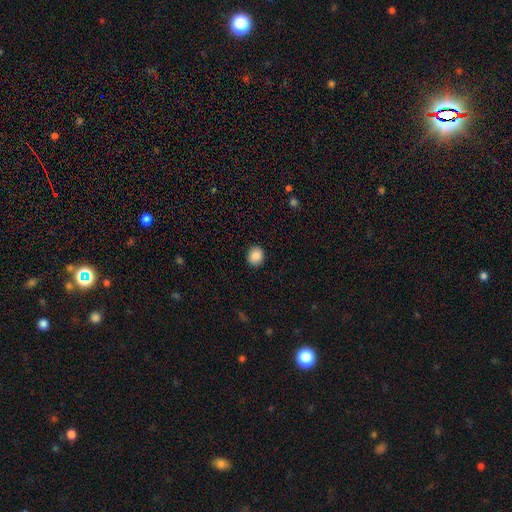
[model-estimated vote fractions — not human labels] Smooth or featured?
  - smooth: 88% *
  - star or artifact: 9%
  - featured or disk: 3%
How rounded?
  - round: 76% *
  - in between: 23%
  - cigar-shaped: 1%
Merging?
  - none: 90% *
  - minor disturbance: 7%
  - major disturbance: 2%
  - merger: 1%